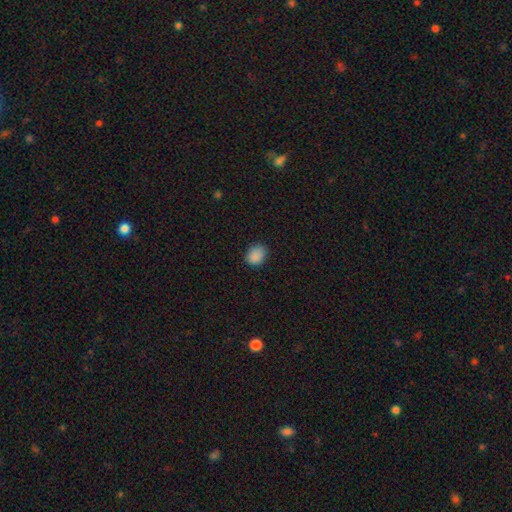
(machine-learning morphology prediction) Smooth or featured? smooth (88%)
How rounded? in between (52%)
Merging? none (84%)